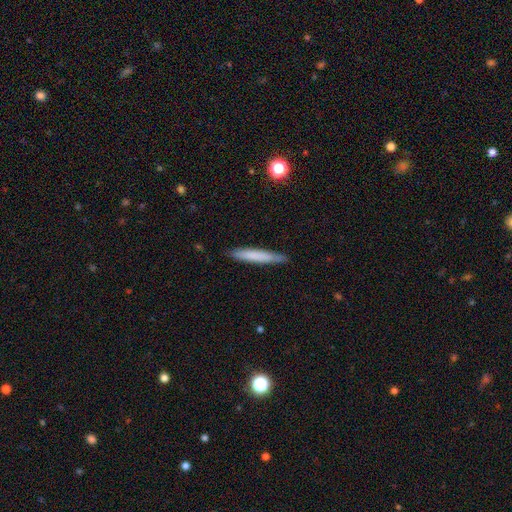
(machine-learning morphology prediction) smooth_or_featured: smooth (p=0.71) [alt: featured or disk p=0.23]
how_rounded: cigar-shaped (p=0.94) [alt: in between p=0.05]
merging: none (p=0.86) [alt: minor disturbance p=0.11]